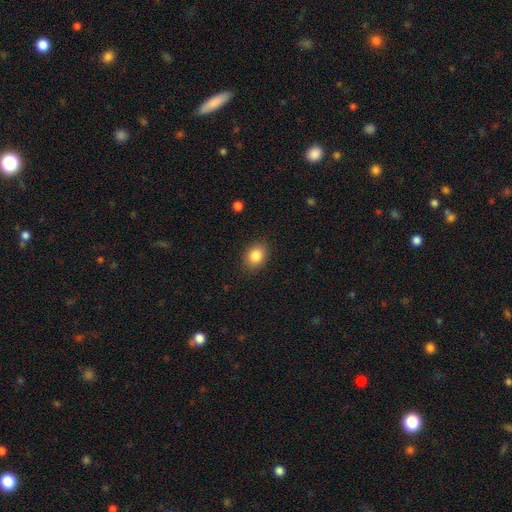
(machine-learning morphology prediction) type=smooth (85%); roundness=in between (57%); merging=none (87%).